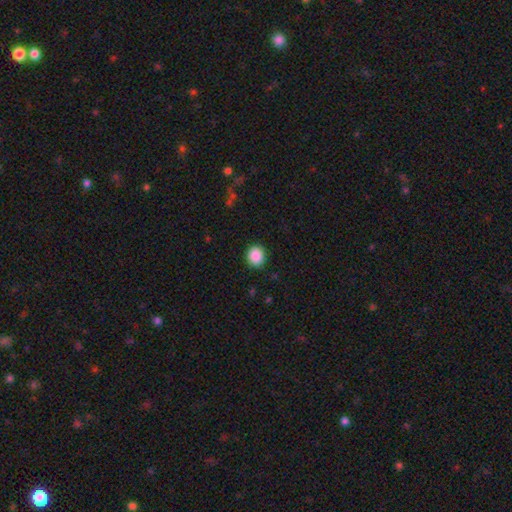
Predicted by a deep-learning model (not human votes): This is clearly a smooth galaxy (89%). How rounded: clearly round (80%). Merging: clearly none (89%).